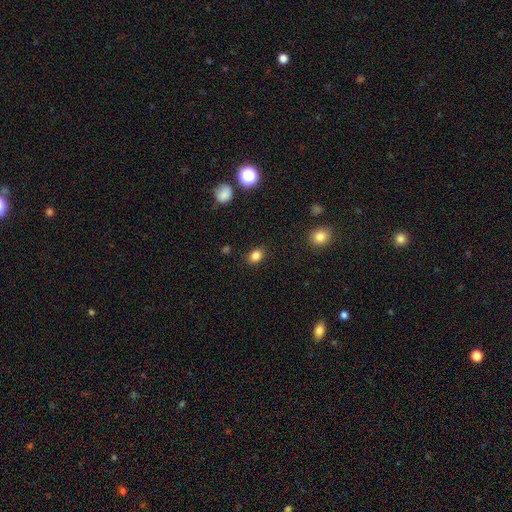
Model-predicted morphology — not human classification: This is clearly a smooth galaxy (84%). How rounded: likely in between (67%). Merging: clearly none (86%).